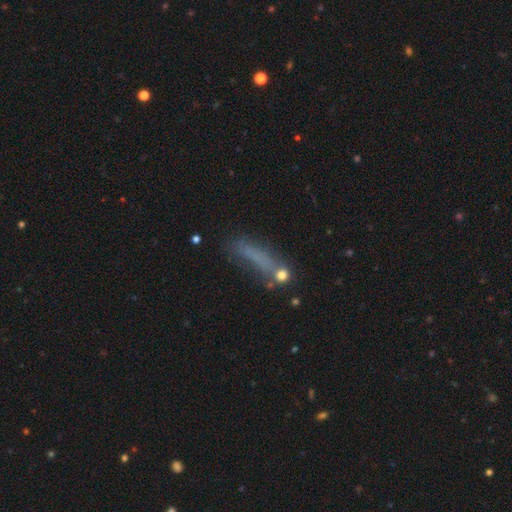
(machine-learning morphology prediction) type=smooth (59%); roundness=cigar-shaped (72%); merging=none (47%).